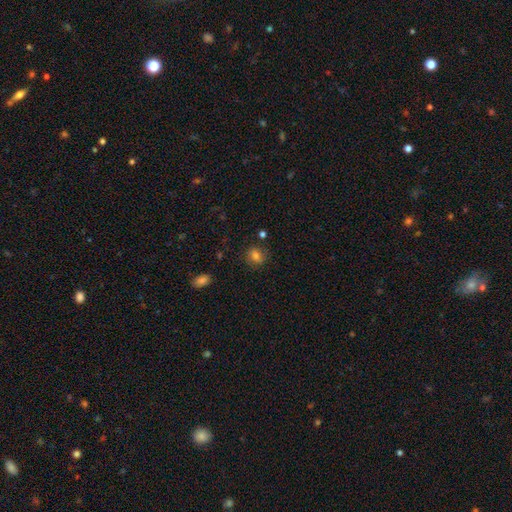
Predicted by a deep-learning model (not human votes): Smooth or featured: smooth — 76% (featured or disk — 12%)
How rounded: round — 63% (in between — 36%)
Merging: none — 77% (minor disturbance — 15%)